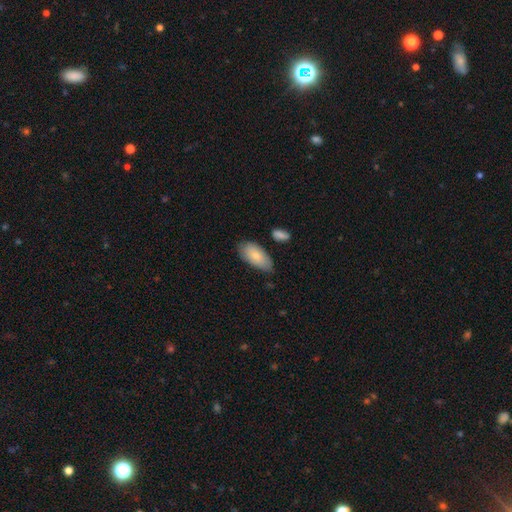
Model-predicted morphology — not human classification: type=smooth (79%); roundness=in between (93%); merging=none (69%).